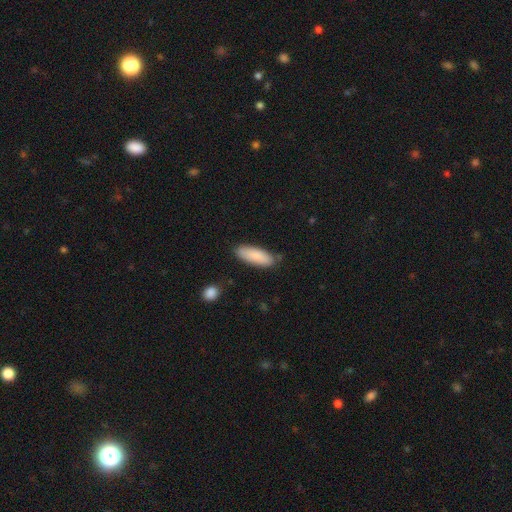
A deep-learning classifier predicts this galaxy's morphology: A smooth galaxy with no disk features (86%) that is in between round and cigar-shaped (63%). Merging: none (78%).